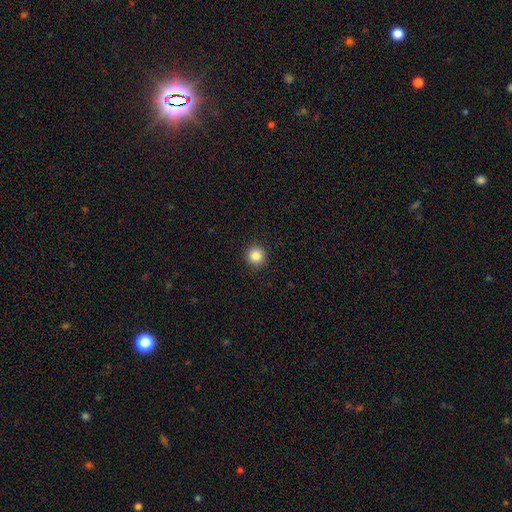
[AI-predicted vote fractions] Smooth or featured? Predicted: smooth (p=0.86). How rounded? Predicted: round (p=0.94). Merging? Predicted: none (p=0.92).